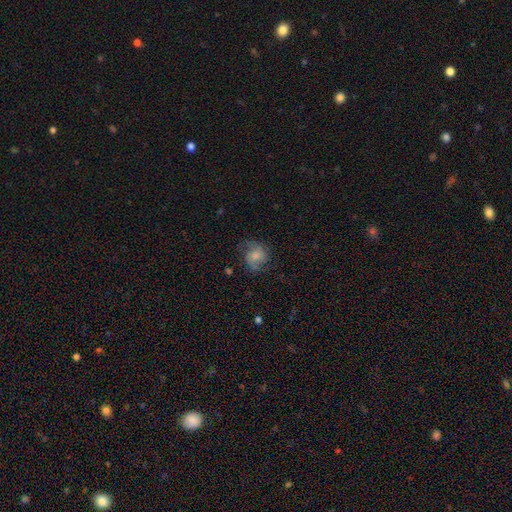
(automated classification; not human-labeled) A smooth galaxy with no disk features (48%). Merging: none (65%).